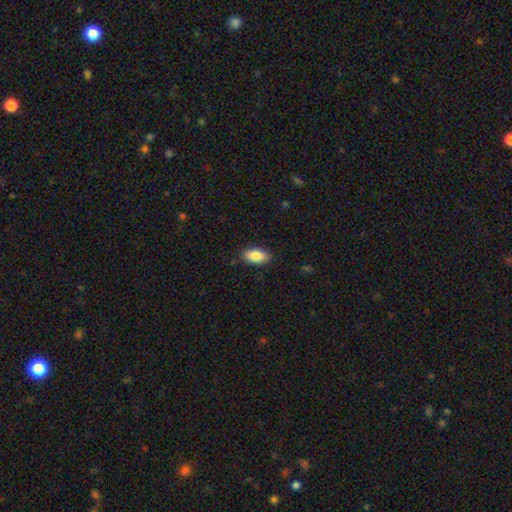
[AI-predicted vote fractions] smooth 87%, star or artifact 7%, featured or disk 6%. Down the decision tree: how rounded — in between (91%); merging — none (87%).